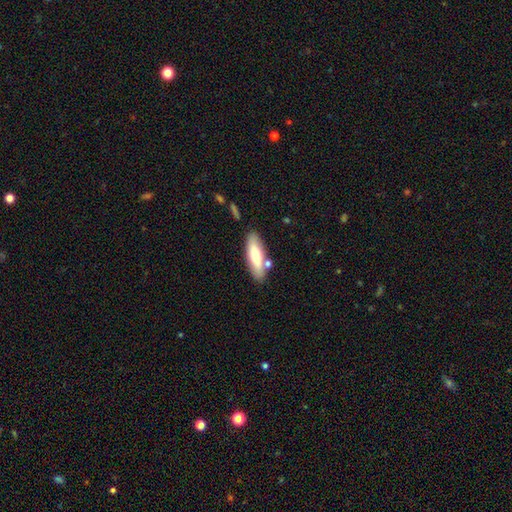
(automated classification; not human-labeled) Morphology: type=smooth (67%); roundness=cigar-shaped (50%); merging=none (77%).